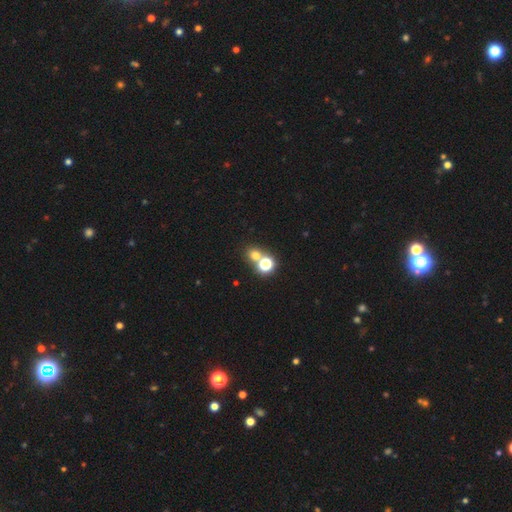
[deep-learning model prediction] A smooth galaxy with no disk features (65%) that is round (80%). Merging: none (55%).